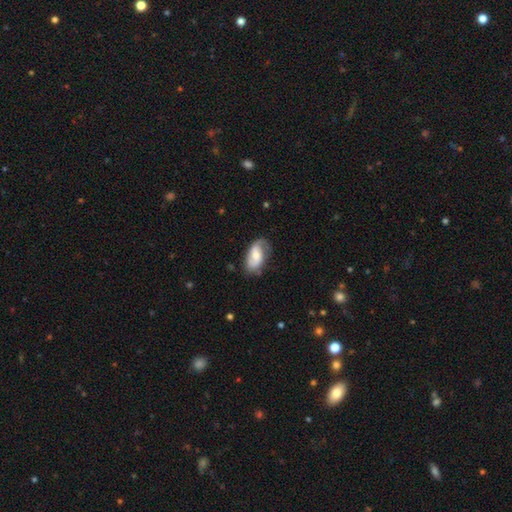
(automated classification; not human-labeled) featured or disk 59%, smooth 35%, star or artifact 6%. Down the decision tree: edge-on disk — no (95%); bar — no (45%); spiral arms — yes (86%); bulge size — moderate (54%); merging — none (65%).